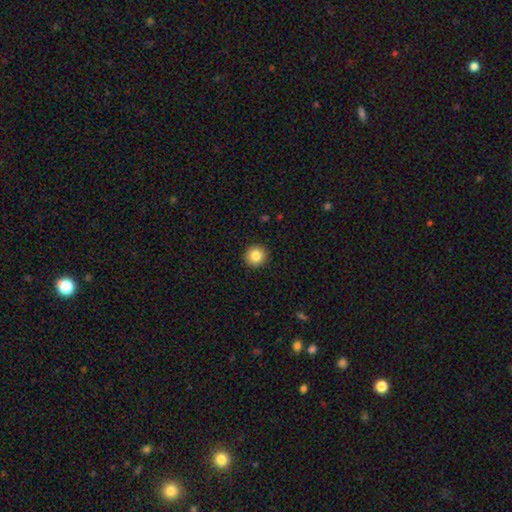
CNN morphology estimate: Smooth or featured? smooth (83%)
How rounded? round (93%)
Merging? none (92%)